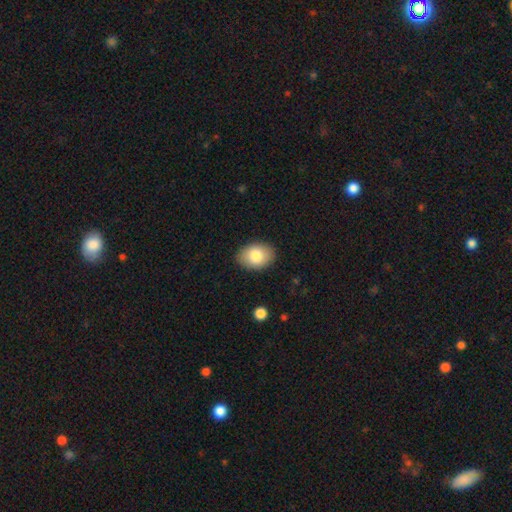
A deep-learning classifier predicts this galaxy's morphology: The model was most divided on "how rounded": in between: 80%, round: 19%, cigar-shaped: 1%. More confident: merging — none (87%); smooth or featured — smooth (82%).